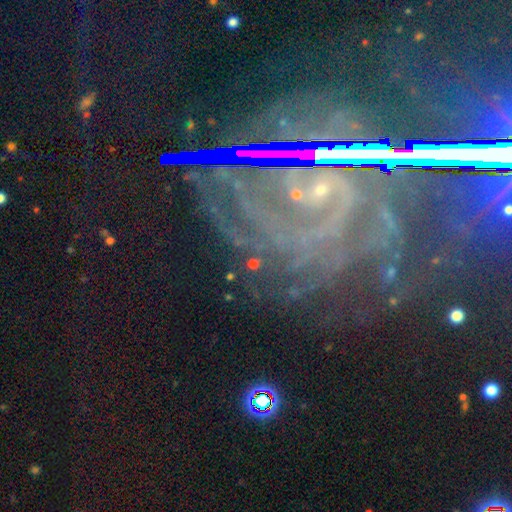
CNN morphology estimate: A featured or disk galaxy (57%). Merging: none (61%).